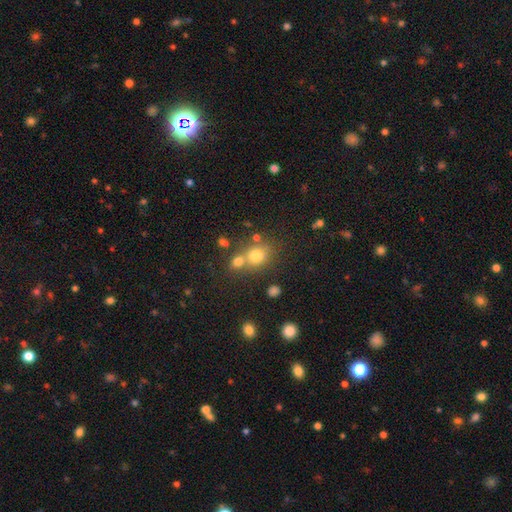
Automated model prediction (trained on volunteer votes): Q: Smooth or featured?
A: smooth (73%); runner-up: star or artifact (16%)
Q: How rounded?
A: round (70%); runner-up: in between (28%)
Q: Merging?
A: none (51%); runner-up: merger (34%)